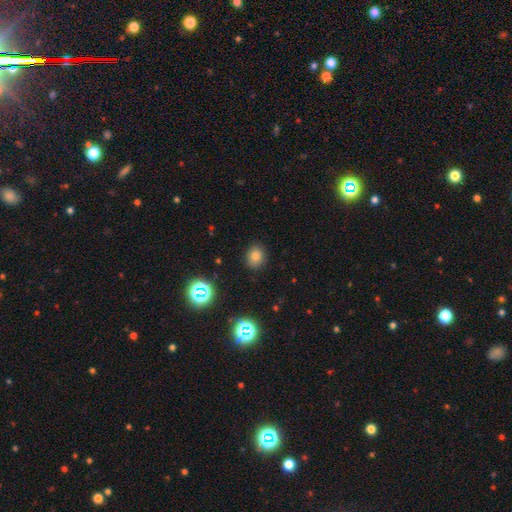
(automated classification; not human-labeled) The model was most divided on "how rounded": round: 63%, in between: 37%, cigar-shaped: 1%. More confident: merging — none (88%); smooth or featured — smooth (77%).